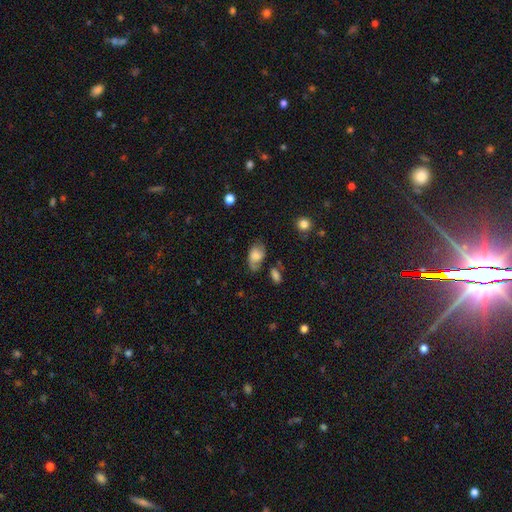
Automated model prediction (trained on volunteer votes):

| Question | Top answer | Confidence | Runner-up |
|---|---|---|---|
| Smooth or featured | smooth | 59% | featured or disk (31%) |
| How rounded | in between | 89% | round (9%) |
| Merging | none | 56% | minor disturbance (28%) |